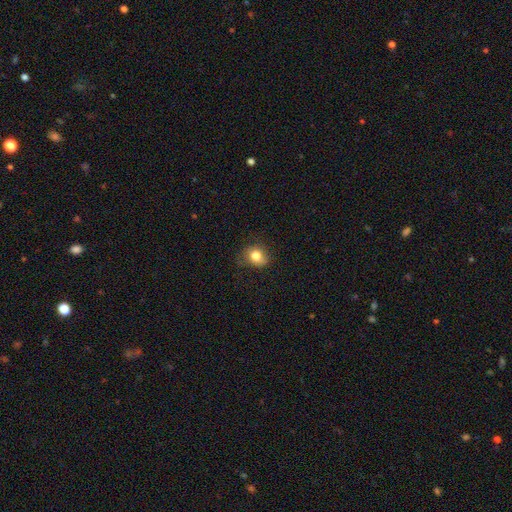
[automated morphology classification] type=smooth (81%); roundness=round (64%); merging=none (69%).